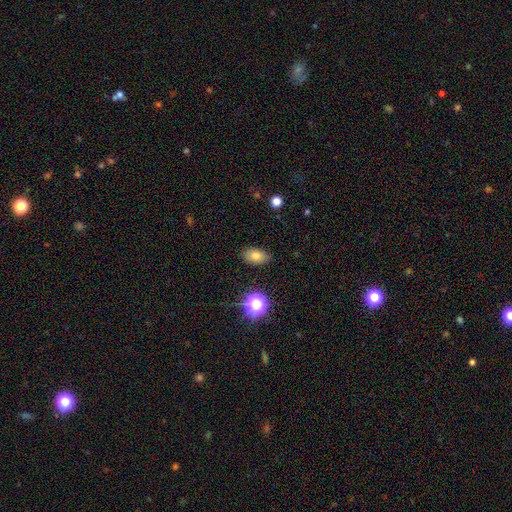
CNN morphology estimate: A smooth galaxy with no disk features (75%) that is in between round and cigar-shaped (87%).

Vote fractions:
- Smooth or featured? smooth: 75% / star or artifact: 13% / featured or disk: 12%
- How rounded? in between: 87% / round: 11% / cigar-shaped: 2%
- Merging? none: 85% / minor disturbance: 11% / major disturbance: 3% / merger: 1%